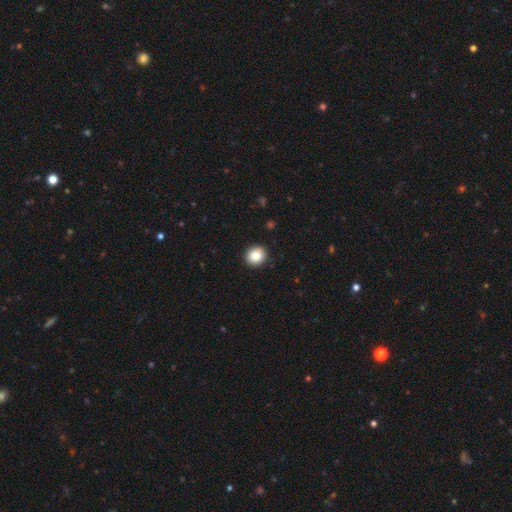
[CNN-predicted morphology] smooth_or_featured: smooth (p=0.85) [alt: star or artifact p=0.09]
how_rounded: round (p=0.86) [alt: in between p=0.13]
merging: none (p=0.92) [alt: minor disturbance p=0.06]